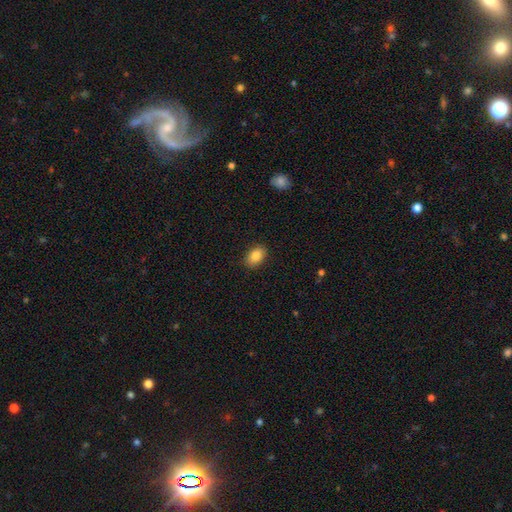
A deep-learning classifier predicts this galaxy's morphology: smooth 86%, star or artifact 8%, featured or disk 6%. Down the decision tree: how rounded — in between (86%); merging — none (88%).